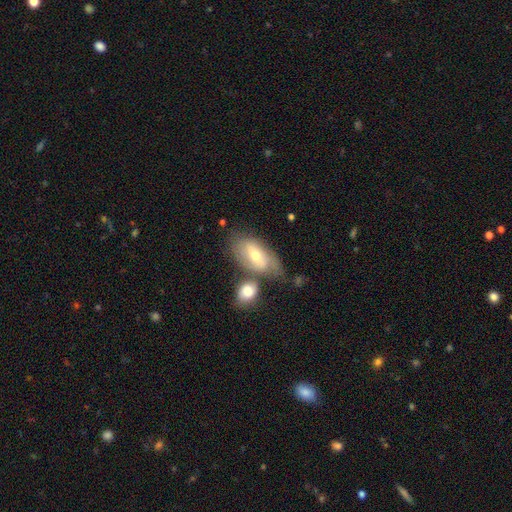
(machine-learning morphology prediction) Smooth or featured? Predicted: smooth (p=0.49). Merging? Predicted: none (p=0.45).